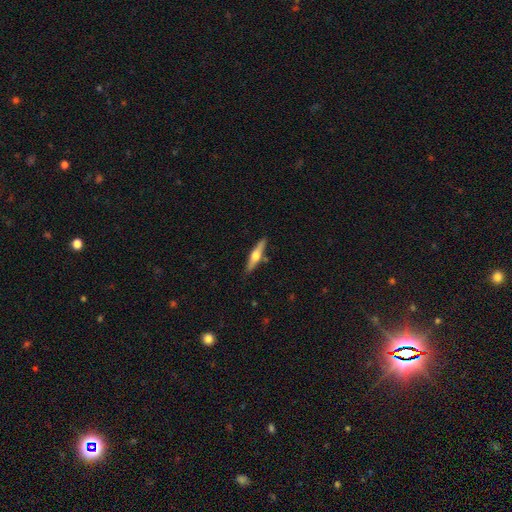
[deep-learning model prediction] Q: Smooth or featured?
A: featured or disk (58%); runner-up: smooth (37%)
Q: Edge-on disk?
A: yes (95%); runner-up: no (5%)
Q: Edge-on bulge?
A: rounded (94%); runner-up: boxy (3%)
Q: Merging?
A: none (86%); runner-up: minor disturbance (9%)